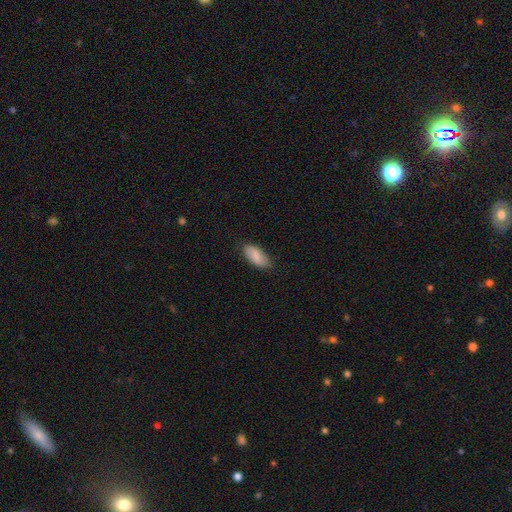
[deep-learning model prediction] smooth 80%, featured or disk 14%, star or artifact 6%. Down the decision tree: how rounded — in between (91%); merging — none (79%).